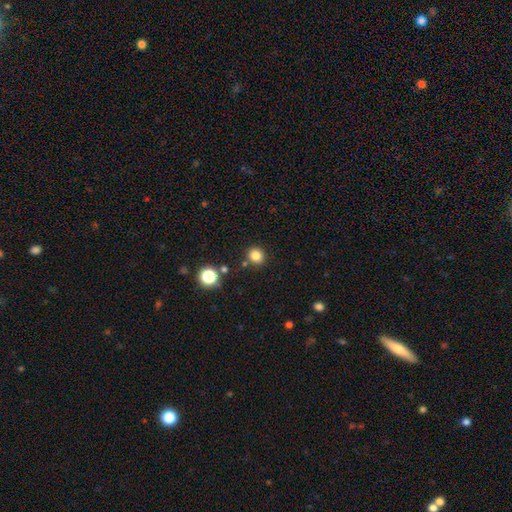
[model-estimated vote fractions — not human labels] Smooth or featured? Predicted: smooth (p=0.82). How rounded? Predicted: round (p=0.86). Merging? Predicted: none (p=0.85).